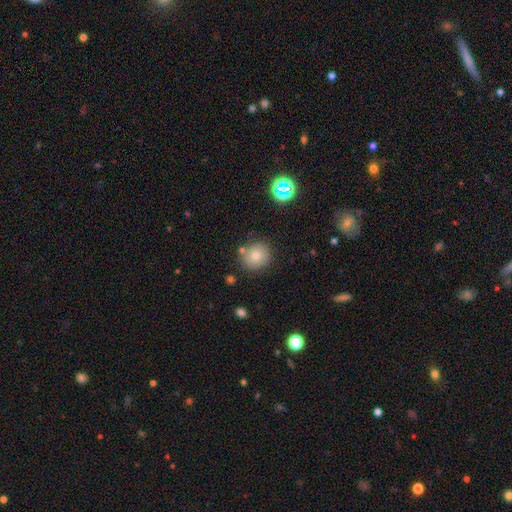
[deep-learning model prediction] smooth 77%, star or artifact 12%, featured or disk 10%. Down the decision tree: how rounded — round (87%); merging — none (80%).